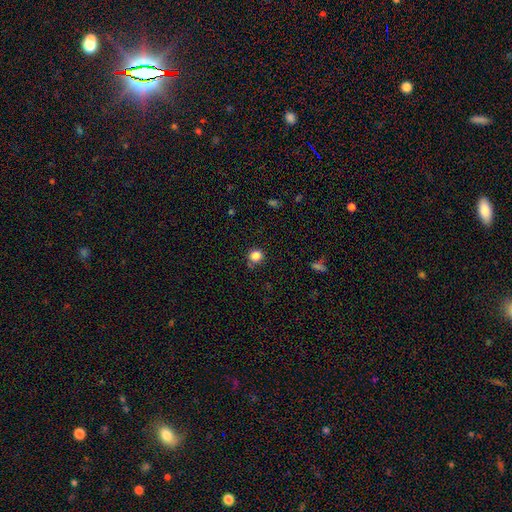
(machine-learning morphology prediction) Overall: smooth (84%). How rounded: round (90%). Merging: none (81%).